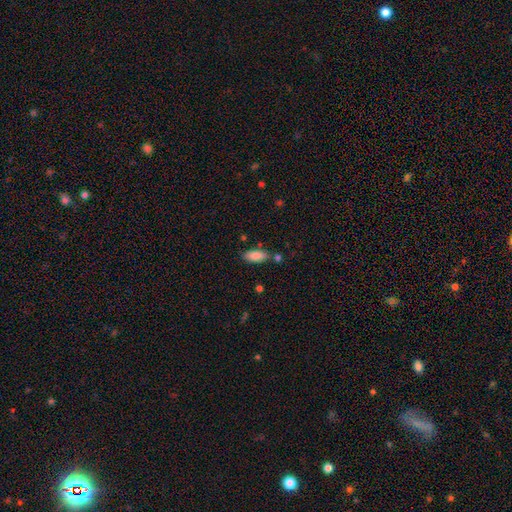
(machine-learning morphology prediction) A smooth galaxy with no disk features (84%) that is in between round and cigar-shaped (83%). Merging: none (75%).